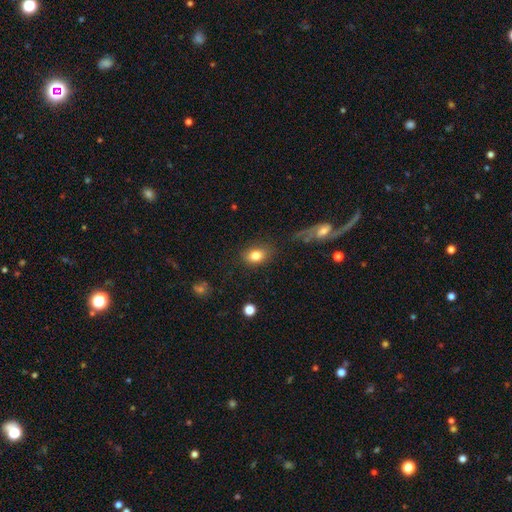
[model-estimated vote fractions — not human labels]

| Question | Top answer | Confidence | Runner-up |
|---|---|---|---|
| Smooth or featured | smooth | 82% | star or artifact (9%) |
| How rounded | in between | 71% | round (27%) |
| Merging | none | 75% | minor disturbance (16%) |